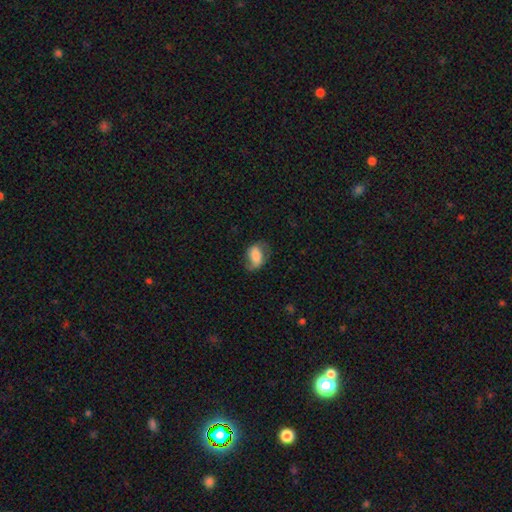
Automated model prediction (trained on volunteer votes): smooth 62%, featured or disk 30%, star or artifact 9%. Down the decision tree: how rounded — in between (84%); merging — none (52%).